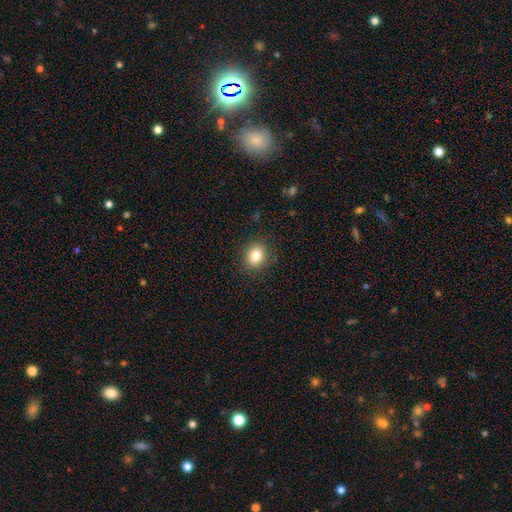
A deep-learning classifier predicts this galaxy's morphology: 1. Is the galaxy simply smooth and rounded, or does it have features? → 84% smooth, 10% star or artifact, 7% featured or disk.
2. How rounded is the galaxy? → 55% round, 44% in between, 1% cigar-shaped.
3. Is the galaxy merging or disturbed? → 87% none, 9% minor disturbance, 3% major disturbance, 1% merger.